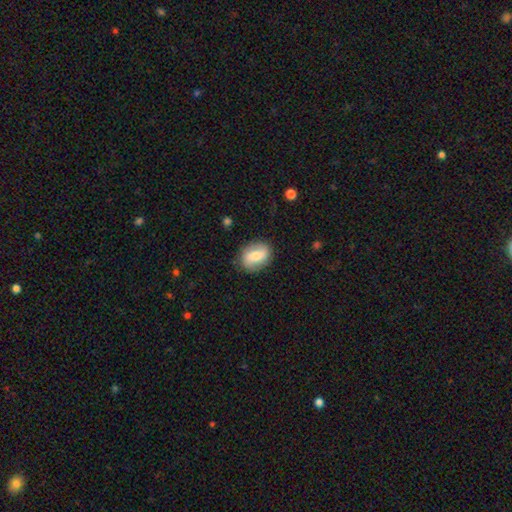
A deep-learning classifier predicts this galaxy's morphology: This appears to be a smooth galaxy with no disk features (63%) that is in between round and cigar-shaped (68%). Merging: none (82%).